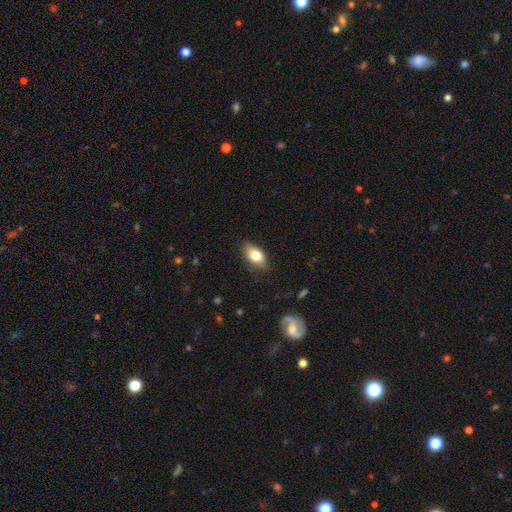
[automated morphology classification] smooth-or-featured: smooth: 78% | featured or disk: 15% | star or artifact: 7%
  how-rounded: in between: 88% | round: 7% | cigar-shaped: 5%
  merging: none: 82% | minor disturbance: 14% | major disturbance: 3% | merger: 1%